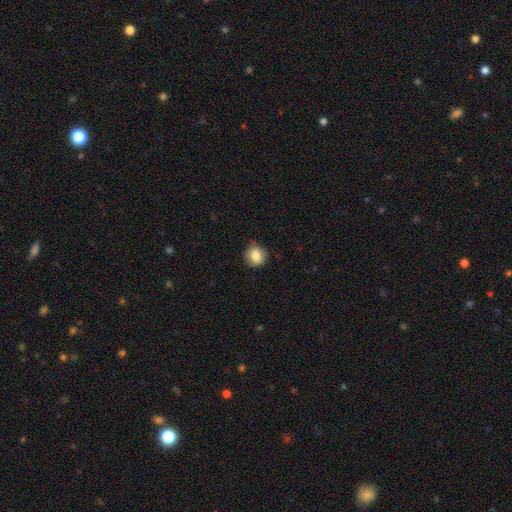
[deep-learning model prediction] Overall: smooth (83%). How rounded: round (79%). Merging: none (82%).